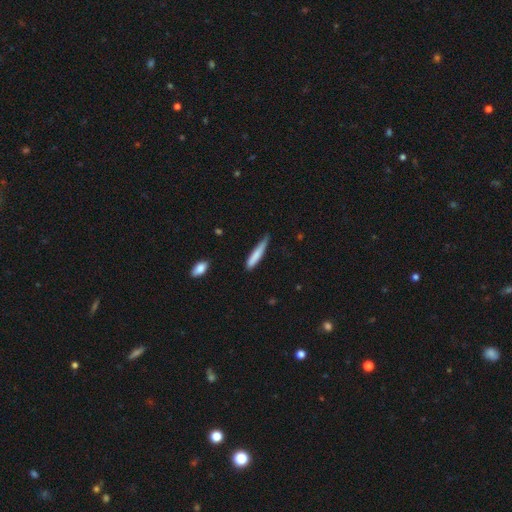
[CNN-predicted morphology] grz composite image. It shows a smooth galaxy with no disk features (78%) that is cigar-shaped (92%). Merging: none (59%).